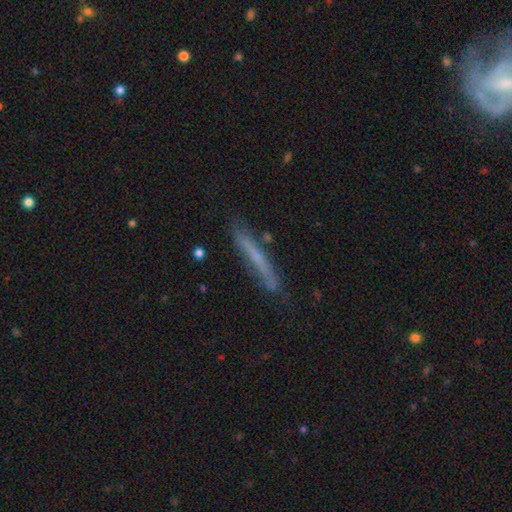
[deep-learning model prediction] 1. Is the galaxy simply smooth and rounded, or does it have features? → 47% featured or disk, 46% smooth, 7% star or artifact.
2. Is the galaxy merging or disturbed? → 75% none, 18% minor disturbance, 4% major disturbance, 3% merger.